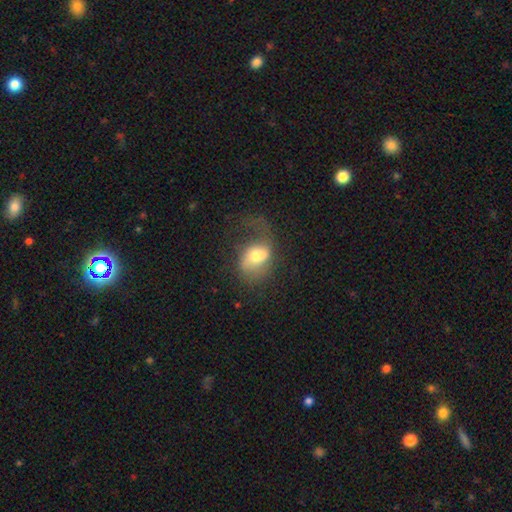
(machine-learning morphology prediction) type=smooth (48%); merging=major disturbance (41%).